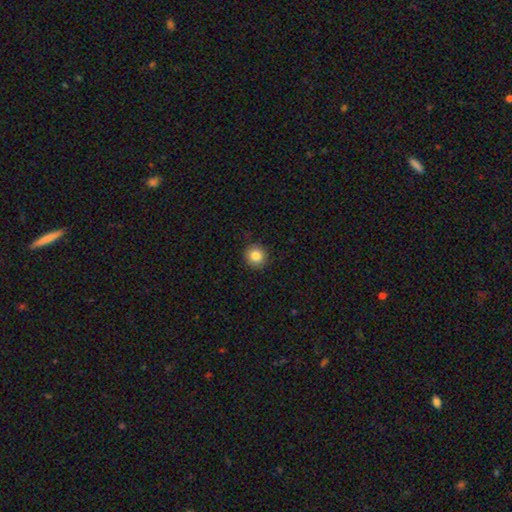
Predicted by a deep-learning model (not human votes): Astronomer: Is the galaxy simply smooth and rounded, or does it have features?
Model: smooth — 84%.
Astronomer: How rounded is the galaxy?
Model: round — 92%.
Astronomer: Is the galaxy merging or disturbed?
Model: none — 92%.